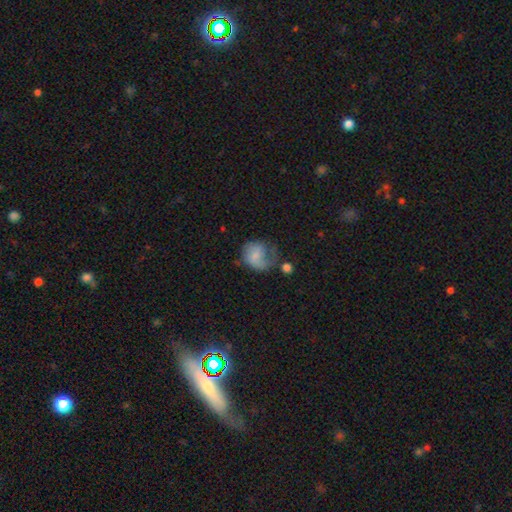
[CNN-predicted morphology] Smooth or featured?
  - smooth: 56% *
  - featured or disk: 35%
  - star or artifact: 9%
How rounded?
  - round: 60% *
  - in between: 39%
  - cigar-shaped: 1%
Merging?
  - major disturbance: 36% *
  - none: 30%
  - minor disturbance: 28%
  - merger: 6%